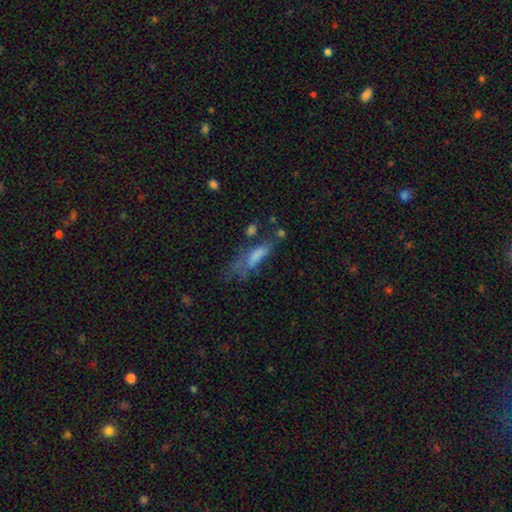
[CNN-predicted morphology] Q: Smooth or featured?
A: smooth (55%); runner-up: featured or disk (30%)
Q: How rounded?
A: cigar-shaped (54%); runner-up: in between (43%)
Q: Merging?
A: major disturbance (35%); runner-up: none (32%)